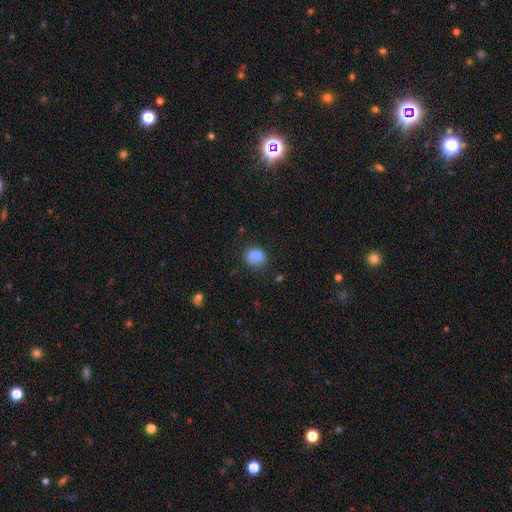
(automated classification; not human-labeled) This appears to be a smooth galaxy with no disk features (74%) that is round (62%). Merging: none (51%).